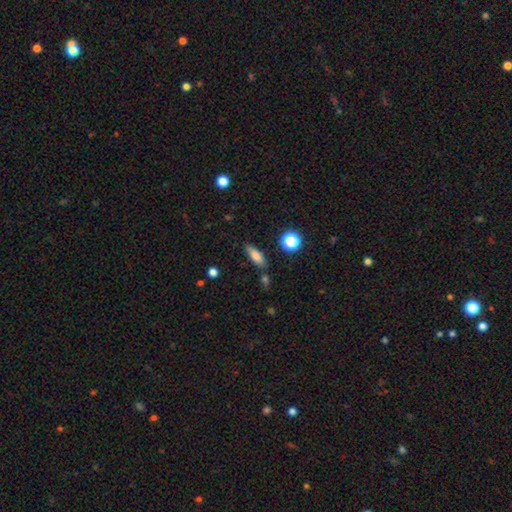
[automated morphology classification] Overall: smooth (75%). How rounded: in between (59%; cigar-shaped 36%). Merging: none (74%).